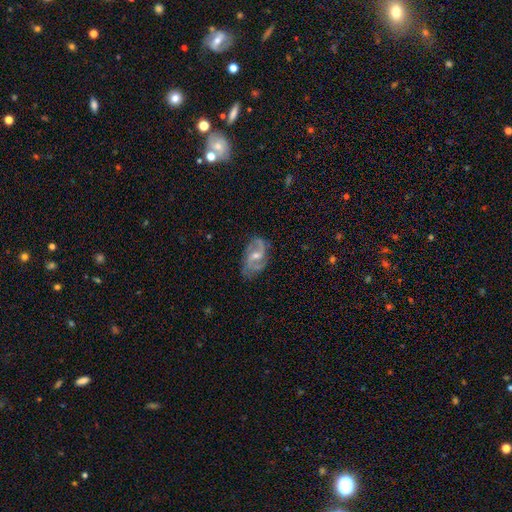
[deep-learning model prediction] A featured or disk galaxy (84%) with a weak bar (48%), 2 (78%) medium (50%) spiral arms (95%) and a moderate central bulge (51%).

Vote fractions:
- Smooth or featured? featured or disk: 84% / smooth: 9% / star or artifact: 7%
- Edge-on disk? no: 96% / yes: 4%
- Bar? weak: 48% / no: 35% / strong: 17%
- Spiral arms? yes: 95% / no: 5%
- Spiral winding? medium: 50% / loose: 27% / tight: 23%
- Spiral arm count? 2: 78% / 3: 9% / can't tell: 7% / 1: 2% / 4: 2% / more than 4: 2%
- Bulge size? moderate: 51% / small: 44% / none: 3% / large: 2% / dominant: 1%
- Merging? none: 75% / minor disturbance: 18% / major disturbance: 6% / merger: 1%